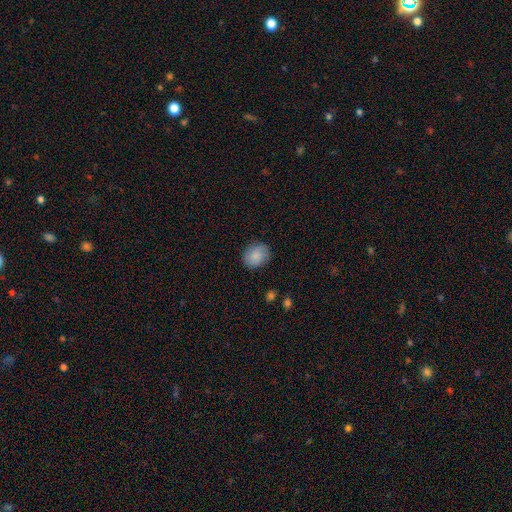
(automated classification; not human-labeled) Overall: smooth (84%). How rounded: round (69%; in between 30%). Merging: none (85%).